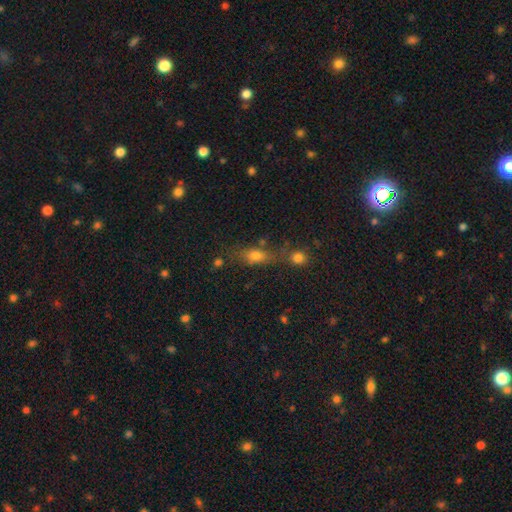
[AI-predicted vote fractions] A smooth galaxy with no disk features (68%) that is in between round and cigar-shaped (64%). Merging: none (52%).